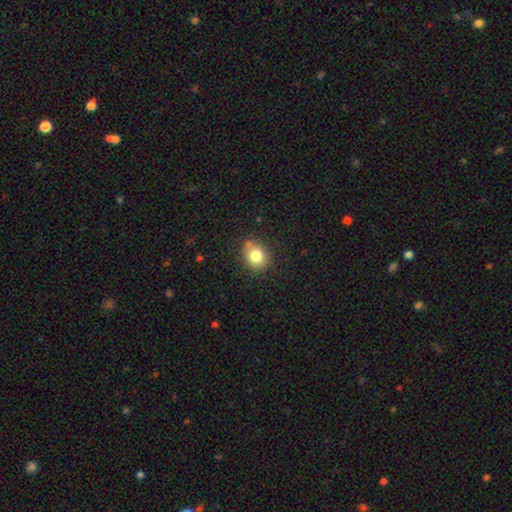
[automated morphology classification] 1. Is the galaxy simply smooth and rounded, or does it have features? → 81% smooth, 10% star or artifact, 9% featured or disk.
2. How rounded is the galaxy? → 65% round, 34% in between, 1% cigar-shaped.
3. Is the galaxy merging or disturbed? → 76% none, 16% minor disturbance, 4% merger, 4% major disturbance.